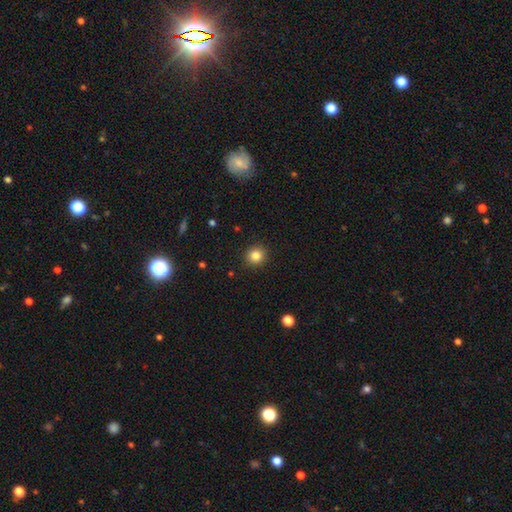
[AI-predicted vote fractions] This is clearly a smooth galaxy (84%). How rounded: clearly round (90%). Merging: clearly none (91%).